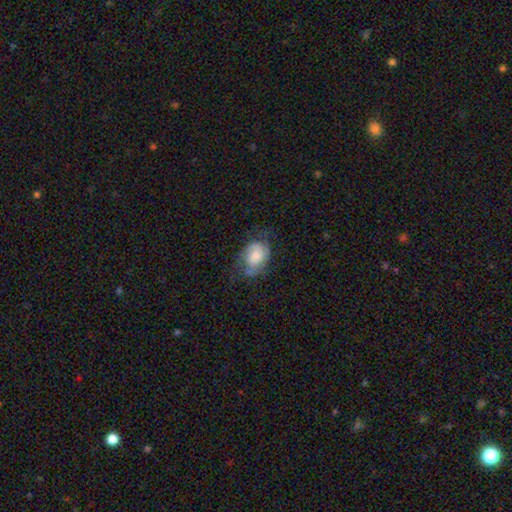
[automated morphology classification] The model was most divided on "merging": none: 41%, minor disturbance: 33%, major disturbance: 24%, merger: 2%. More confident: how rounded — in between (71%); smooth or featured — smooth (57%).